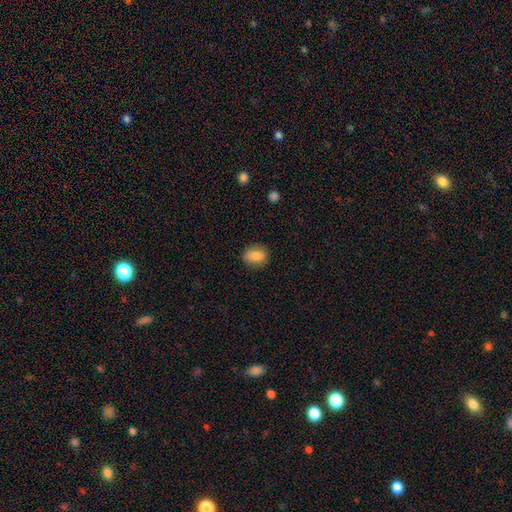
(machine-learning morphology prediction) Smooth or featured?
  - smooth: 83% *
  - featured or disk: 9%
  - star or artifact: 8%
How rounded?
  - round: 53% *
  - in between: 46%
  - cigar-shaped: 1%
Merging?
  - none: 86% *
  - minor disturbance: 10%
  - major disturbance: 3%
  - merger: 1%